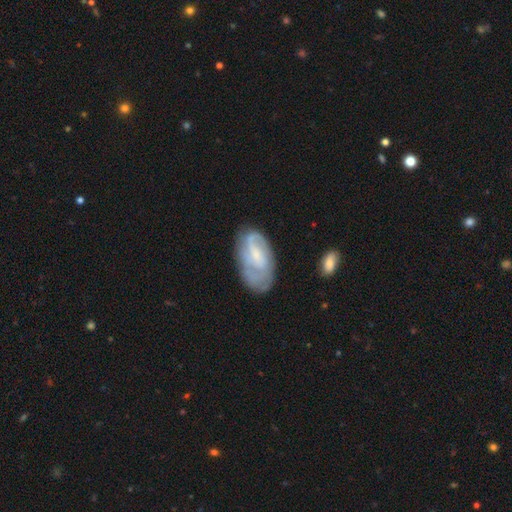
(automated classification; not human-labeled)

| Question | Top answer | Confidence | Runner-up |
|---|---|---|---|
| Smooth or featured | featured or disk | 63% | smooth (31%) |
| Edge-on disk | no | 95% | yes (5%) |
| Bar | weak | 49% | no (35%) |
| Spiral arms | yes | 79% | no (21%) |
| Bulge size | small | 53% | moderate (26%) |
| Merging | none | 61% | minor disturbance (24%) |